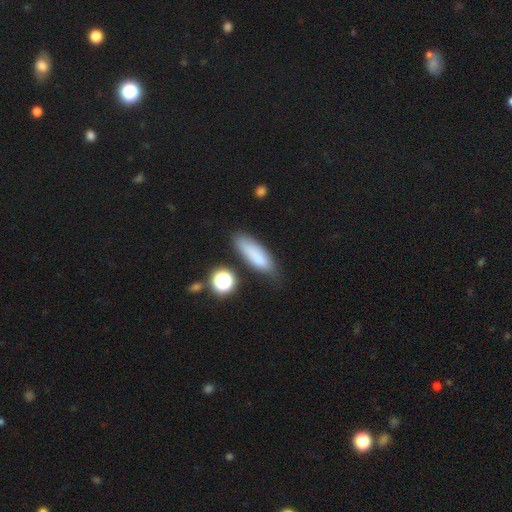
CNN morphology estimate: Smooth or featured? Predicted: smooth (p=0.77). How rounded? Predicted: in between (p=0.51). Merging? Predicted: none (p=0.69).